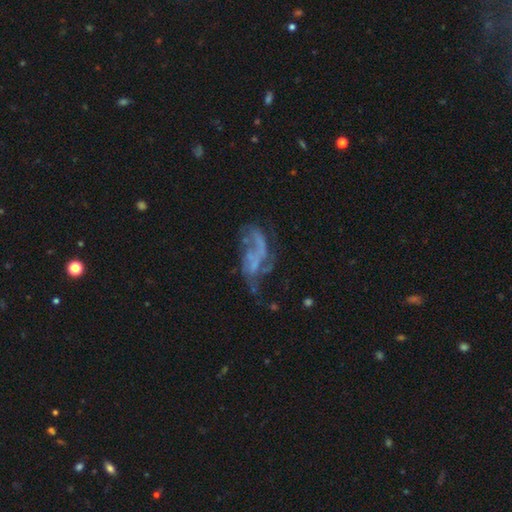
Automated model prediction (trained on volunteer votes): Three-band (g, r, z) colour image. It shows a featured or disk galaxy (67%) with no bar (74%), spiral arms (53%) and no central bulge (78%). Merging: major disturbance (39%).